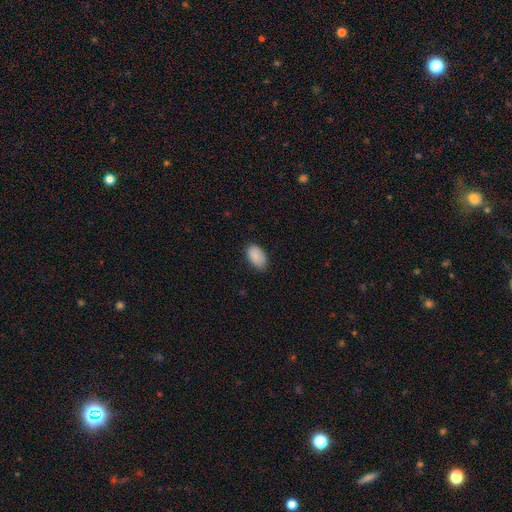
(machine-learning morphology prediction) The model was most divided on "merging": none: 79%, minor disturbance: 18%, major disturbance: 3%, merger: 1%. More confident: how rounded — in between (94%); smooth or featured — smooth (89%).